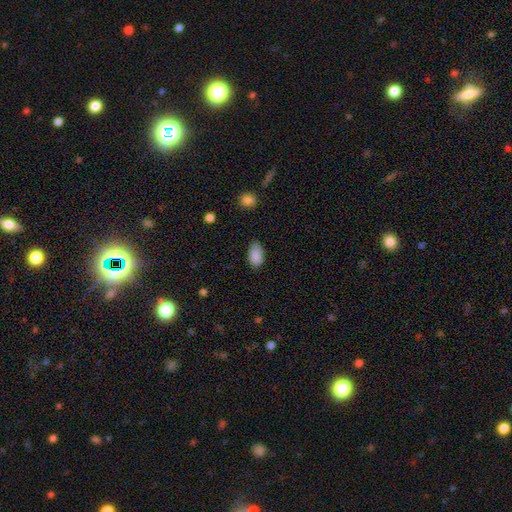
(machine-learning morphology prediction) This is clearly a smooth galaxy (88%). How rounded: clearly in between (93%). Merging: likely none (74%).